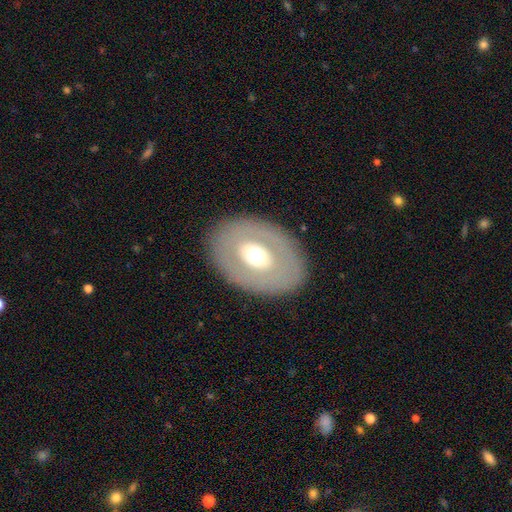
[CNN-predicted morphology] The model was most divided on "smooth or featured": featured or disk: 51%, smooth: 43%, star or artifact: 6%. More confident: edge-on disk — no (91%); merging — none (85%).